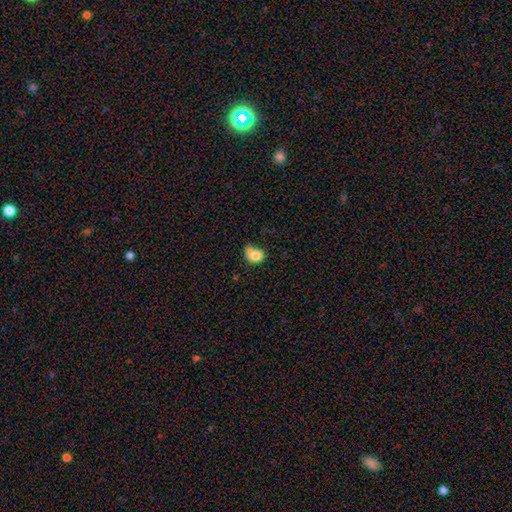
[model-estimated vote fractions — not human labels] A smooth galaxy with no disk features (77%) that is round (50%).

Vote fractions:
- Smooth or featured? smooth: 77% / featured or disk: 14% / star or artifact: 9%
- How rounded? round: 50% / in between: 48% / cigar-shaped: 1%
- Merging? merger: 41% / none: 27% / minor disturbance: 18% / major disturbance: 14%